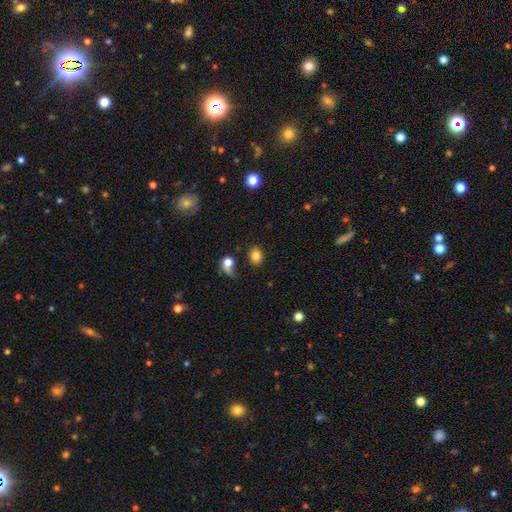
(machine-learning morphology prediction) A smooth galaxy with no disk features (81%) that is in between round and cigar-shaped (49%, tied with round).

Vote fractions:
- Smooth or featured? smooth: 81% / star or artifact: 11% / featured or disk: 8%
- How rounded? in between: 49% (tied) / round: 49% (tied) / cigar-shaped: 1%
- Merging? none: 77% / minor disturbance: 12% / merger: 6% / major disturbance: 5%